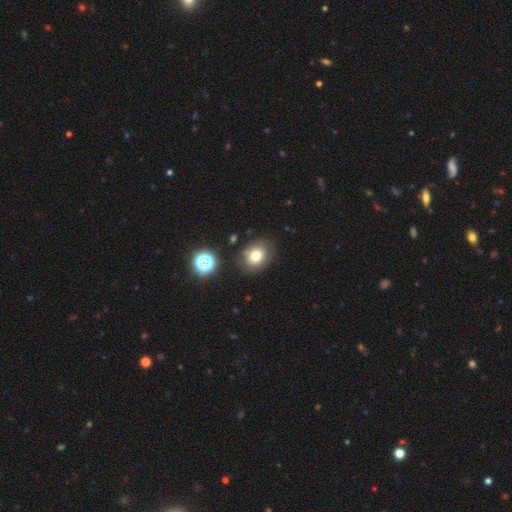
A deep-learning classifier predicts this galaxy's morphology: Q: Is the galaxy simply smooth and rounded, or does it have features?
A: smooth — 76%.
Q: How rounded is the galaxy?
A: round — 59%.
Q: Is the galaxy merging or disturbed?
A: none — 80%.